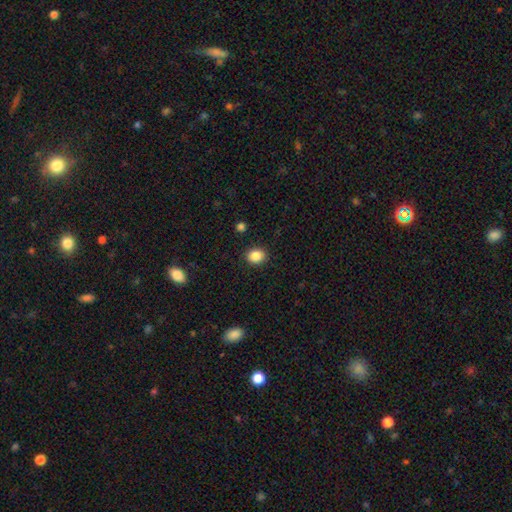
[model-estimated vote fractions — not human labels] This appears to be a smooth galaxy with no disk features (86%) that is round (61%). Merging: none (90%).